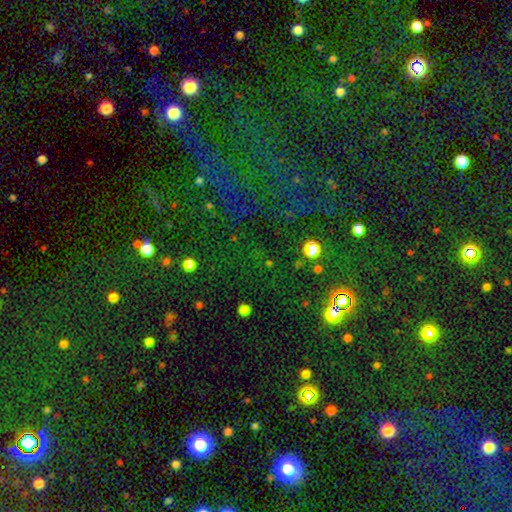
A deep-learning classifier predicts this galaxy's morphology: Smooth or featured: star or artifact — 70% (smooth — 21%)